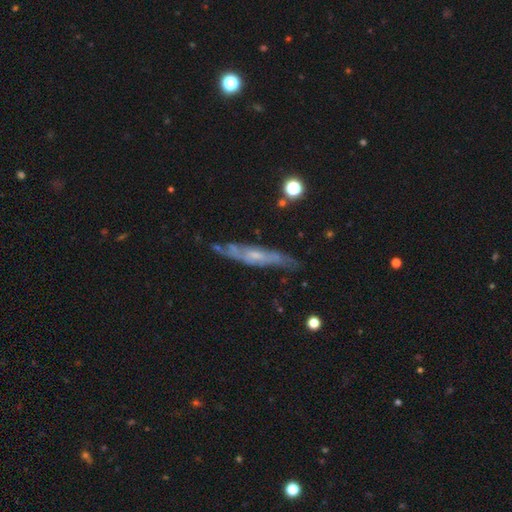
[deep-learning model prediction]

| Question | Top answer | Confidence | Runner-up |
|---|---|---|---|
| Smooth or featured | featured or disk | 69% | smooth (24%) |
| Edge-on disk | yes | 54% | no (46%) |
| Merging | none | 67% | minor disturbance (22%) |